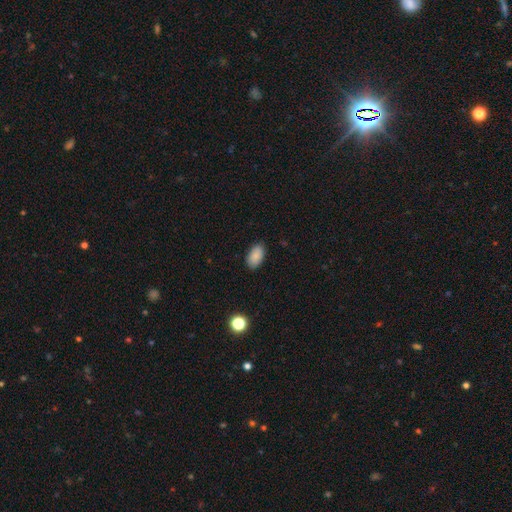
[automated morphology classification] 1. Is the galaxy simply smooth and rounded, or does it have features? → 88% smooth, 8% star or artifact, 5% featured or disk.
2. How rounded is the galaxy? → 94% in between, 4% round, 2% cigar-shaped.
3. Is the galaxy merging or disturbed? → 87% none, 10% minor disturbance, 2% major disturbance, 1% merger.